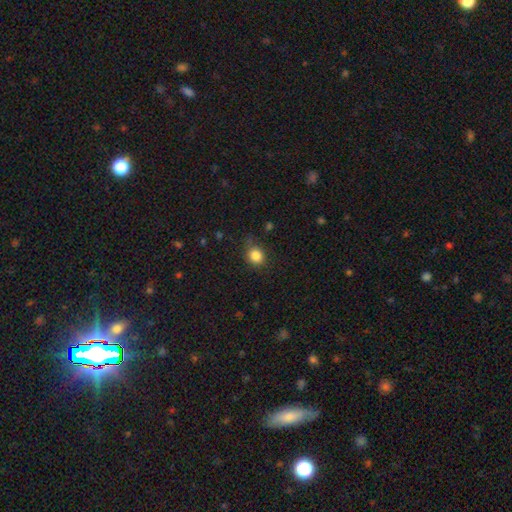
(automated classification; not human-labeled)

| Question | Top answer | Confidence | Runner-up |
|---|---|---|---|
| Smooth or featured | smooth | 85% | star or artifact (11%) |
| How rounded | round | 76% | in between (23%) |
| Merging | none | 74% | minor disturbance (20%) |